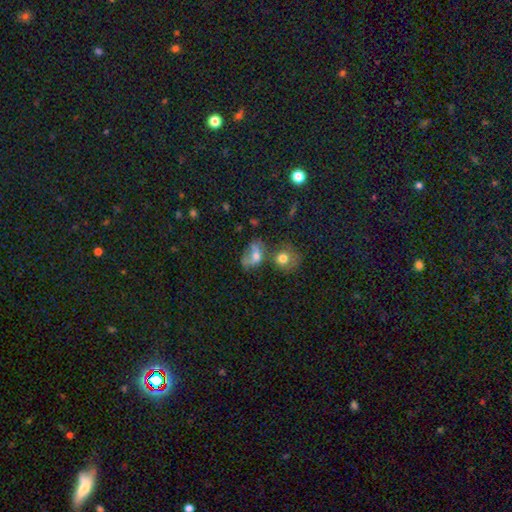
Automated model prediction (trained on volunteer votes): Overall: smooth (59%; featured or disk 26%). How rounded: in between (70%). Merging: merger (29%, tied with none).